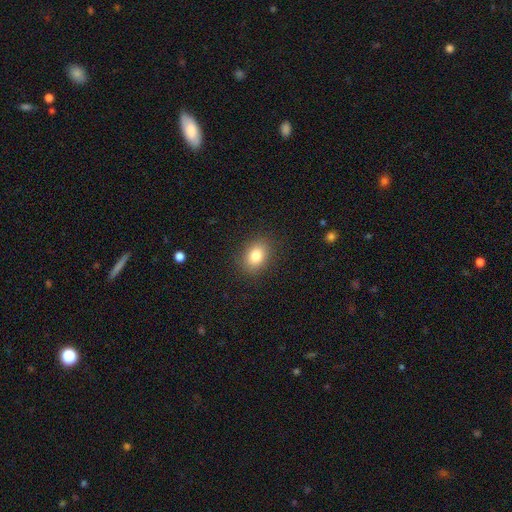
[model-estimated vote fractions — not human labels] Smooth or featured?
  - smooth: 82% *
  - star or artifact: 10%
  - featured or disk: 8%
How rounded?
  - in between: 67% *
  - round: 32%
  - cigar-shaped: 1%
Merging?
  - none: 88% *
  - minor disturbance: 9%
  - major disturbance: 3%
  - merger: 1%